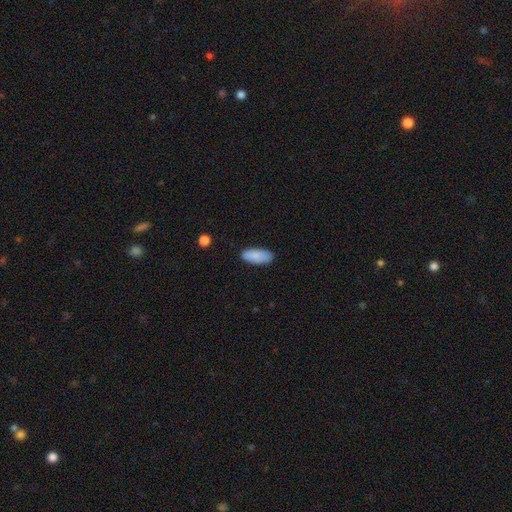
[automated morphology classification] Q: Smooth or featured?
A: smooth (87%); runner-up: featured or disk (7%)
Q: How rounded?
A: in between (87%); runner-up: cigar-shaped (12%)
Q: Merging?
A: none (83%); runner-up: minor disturbance (13%)